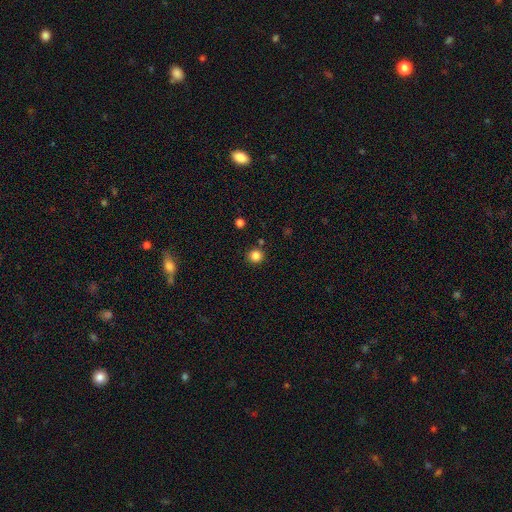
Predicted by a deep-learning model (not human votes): Smooth or featured?
  - smooth: 84% *
  - star or artifact: 12%
  - featured or disk: 4%
How rounded?
  - round: 94% *
  - in between: 5%
  - cigar-shaped: 1%
Merging?
  - none: 88% *
  - minor disturbance: 6%
  - merger: 4%
  - major disturbance: 2%